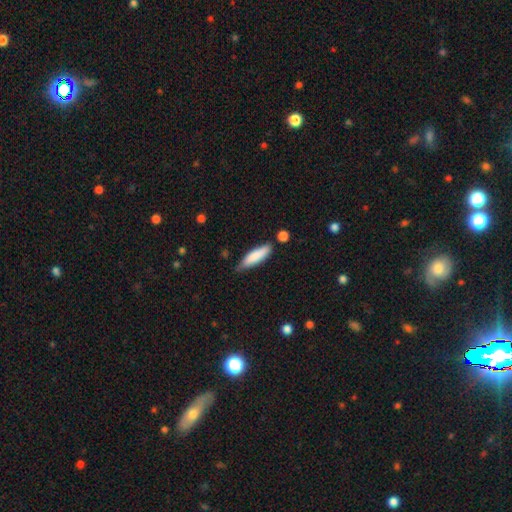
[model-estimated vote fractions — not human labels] smooth 84%, featured or disk 10%, star or artifact 6%. Down the decision tree: how rounded — cigar-shaped (60%); merging — none (65%).